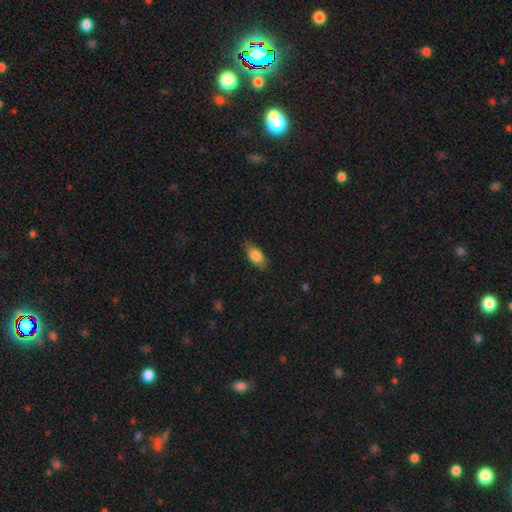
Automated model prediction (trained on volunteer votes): Morphology: type=smooth (76%); roundness=in between (84%); merging=none (79%).